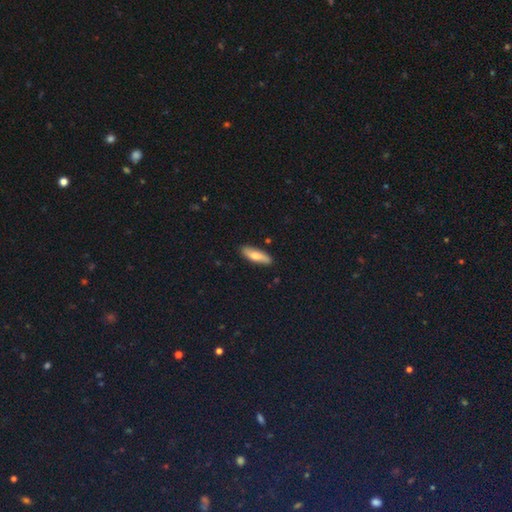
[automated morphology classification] smooth-or-featured: smooth: 70% | featured or disk: 24% | star or artifact: 6%
  how-rounded: in between: 50% | cigar-shaped: 48% | round: 2%
  merging: none: 86% | minor disturbance: 10% | major disturbance: 2% | merger: 1%